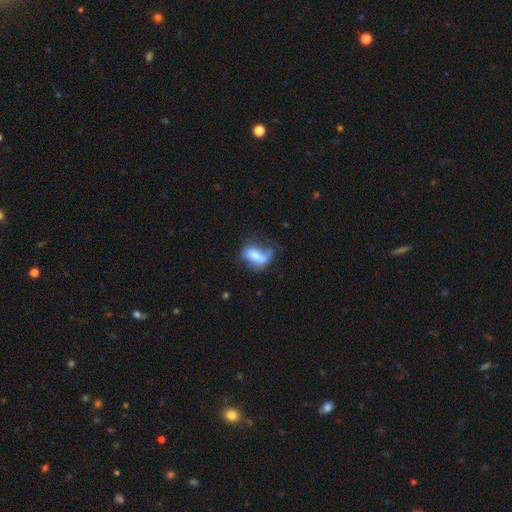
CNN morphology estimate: This is likely a smooth galaxy (63%). How rounded: clearly in between (82%). Merging: marginally none (32%).